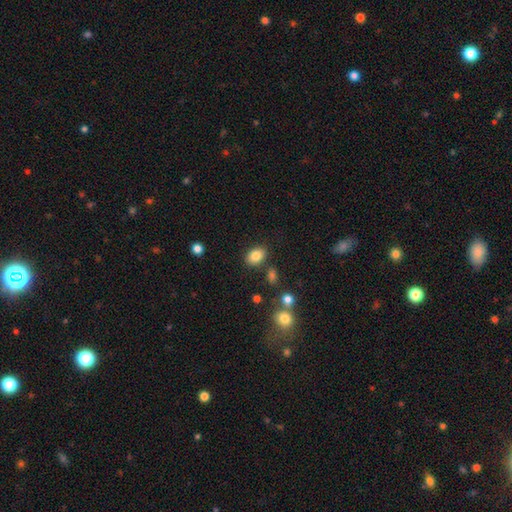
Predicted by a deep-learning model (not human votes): Q: Smooth or featured?
A: smooth (83%); runner-up: star or artifact (9%)
Q: How rounded?
A: in between (78%); runner-up: round (21%)
Q: Merging?
A: none (81%); runner-up: minor disturbance (11%)